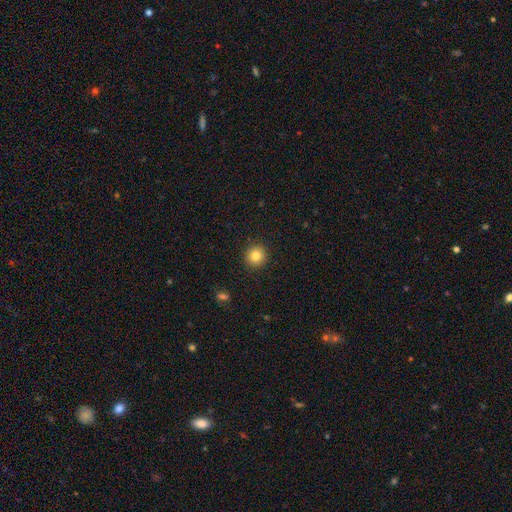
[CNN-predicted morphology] A smooth galaxy with no disk features (83%) that is round (94%).

Vote fractions:
- Smooth or featured? smooth: 83% / star or artifact: 10% / featured or disk: 6%
- How rounded? round: 94% / in between: 5% / cigar-shaped: 1%
- Merging? none: 92% / minor disturbance: 5% / major disturbance: 2% / merger: 1%